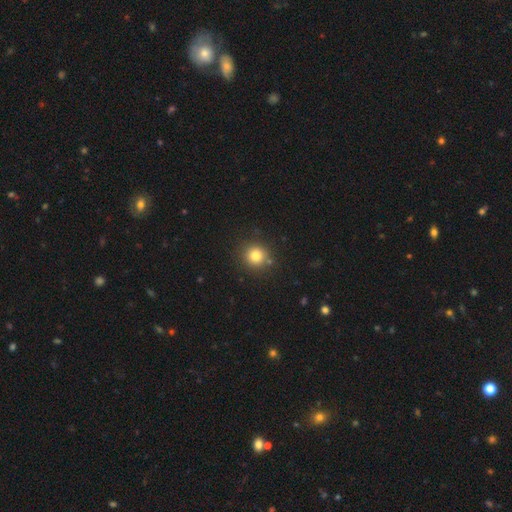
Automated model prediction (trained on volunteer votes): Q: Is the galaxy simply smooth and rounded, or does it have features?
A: smooth — 80%.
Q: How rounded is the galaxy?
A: round — 92%.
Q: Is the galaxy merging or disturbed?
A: none — 85%.